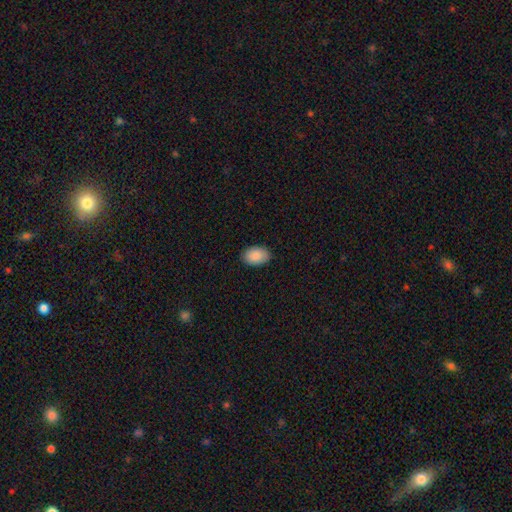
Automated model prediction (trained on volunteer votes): This appears to be a smooth galaxy with no disk features (90%) that is in between round and cigar-shaped (87%). Merging: none (87%).